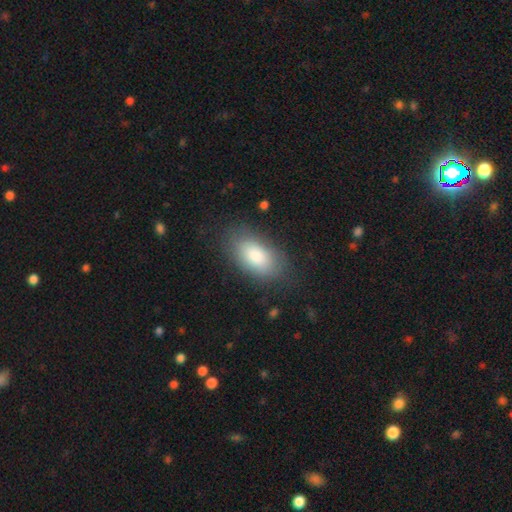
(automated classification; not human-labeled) Smooth or featured?
  - smooth: 83% *
  - featured or disk: 10%
  - star or artifact: 7%
How rounded?
  - in between: 93% *
  - round: 5%
  - cigar-shaped: 3%
Merging?
  - none: 77% *
  - minor disturbance: 15%
  - major disturbance: 6%
  - merger: 1%